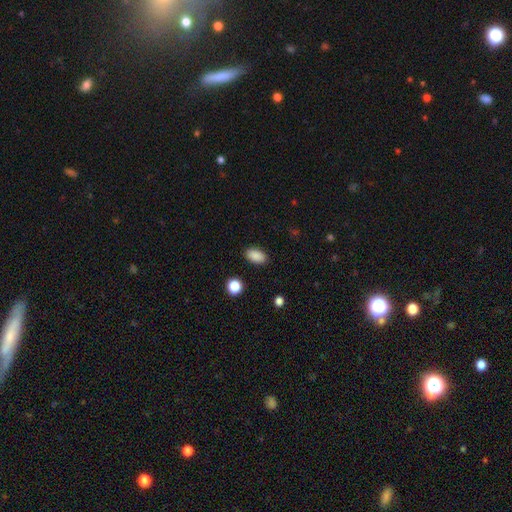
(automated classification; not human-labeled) Smooth or featured?
  - smooth: 88% *
  - star or artifact: 9%
  - featured or disk: 3%
How rounded?
  - in between: 92% *
  - round: 6%
  - cigar-shaped: 2%
Merging?
  - none: 88% *
  - minor disturbance: 8%
  - major disturbance: 2%
  - merger: 1%